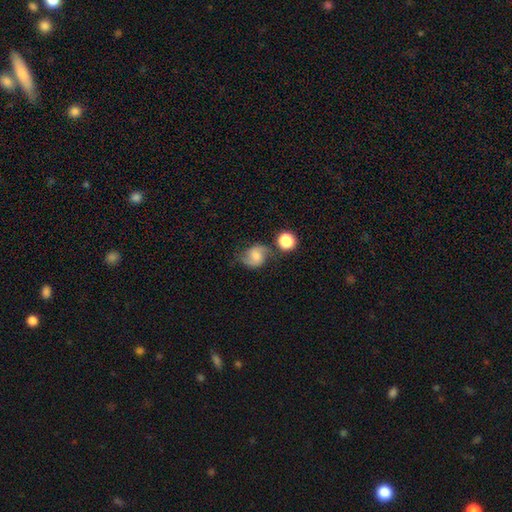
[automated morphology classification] Smooth or featured? smooth (46%)
Merging? none (61%)